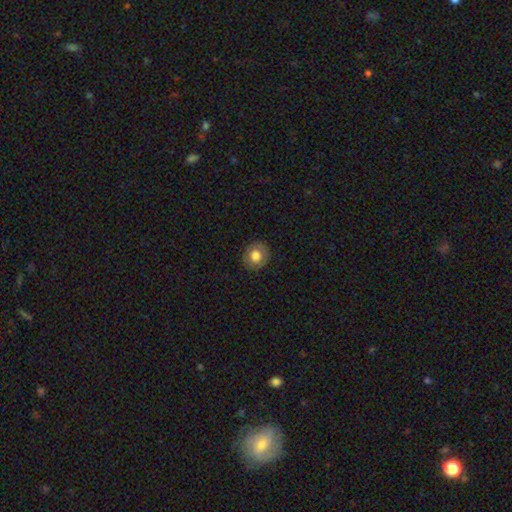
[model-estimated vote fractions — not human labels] smooth 73%, featured or disk 18%, star or artifact 8%. Down the decision tree: how rounded — round (84%); merging — none (88%).